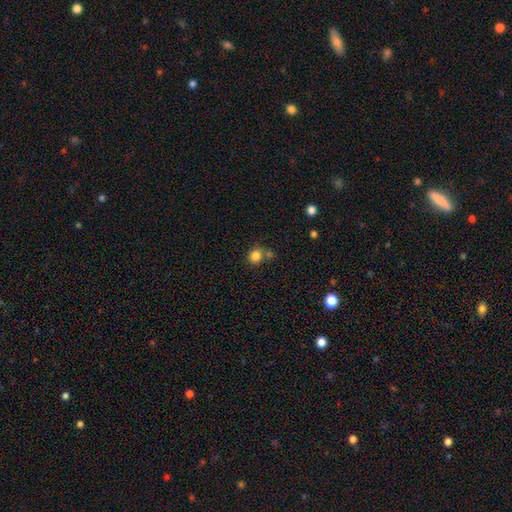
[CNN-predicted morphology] Q: Smooth or featured?
A: smooth (84%); runner-up: star or artifact (11%)
Q: How rounded?
A: round (77%); runner-up: in between (22%)
Q: Merging?
A: none (64%); runner-up: merger (21%)